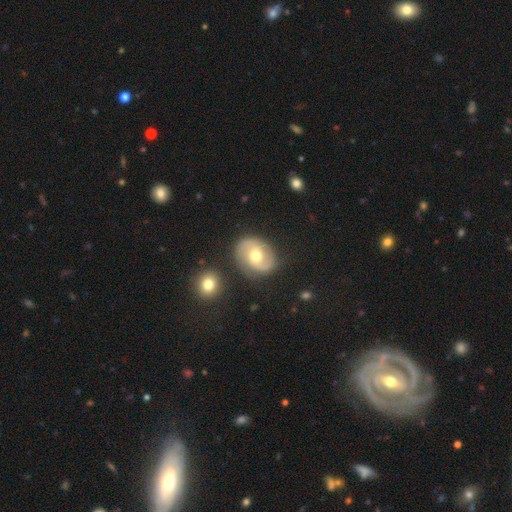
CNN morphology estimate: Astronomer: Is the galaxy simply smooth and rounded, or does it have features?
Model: featured or disk — 82%.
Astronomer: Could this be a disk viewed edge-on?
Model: no — 98%.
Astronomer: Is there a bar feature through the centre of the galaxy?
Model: no — 57% (runner-up: weak, 34%).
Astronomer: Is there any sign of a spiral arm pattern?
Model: yes — 93%.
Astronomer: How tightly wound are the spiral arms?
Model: medium — 49% (runner-up: tight, 33%).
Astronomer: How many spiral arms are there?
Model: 2 — 91%.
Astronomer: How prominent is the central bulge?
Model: moderate — 76%.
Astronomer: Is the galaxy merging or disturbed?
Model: none — 82%.